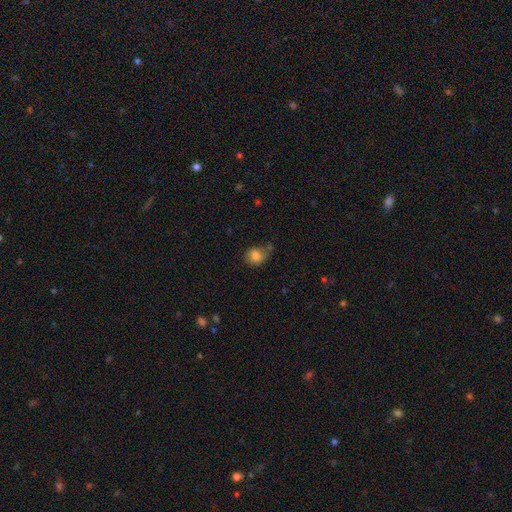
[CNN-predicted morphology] Overall: smooth (82%). How rounded: round (69%; in between 30%). Merging: none (56%; minor disturbance 28%).